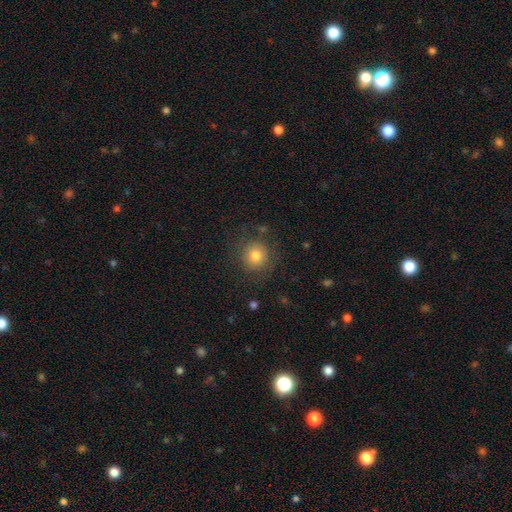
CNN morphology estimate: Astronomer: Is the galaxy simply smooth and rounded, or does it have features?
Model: smooth — 76%.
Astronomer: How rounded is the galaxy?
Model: round — 93%.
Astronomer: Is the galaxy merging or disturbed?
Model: none — 81%.